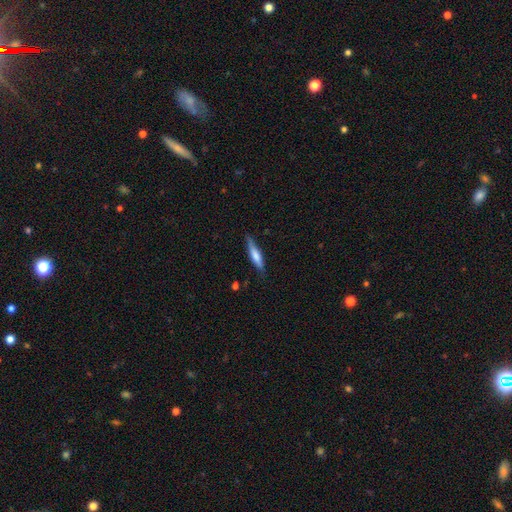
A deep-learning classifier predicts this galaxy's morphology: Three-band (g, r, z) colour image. It shows a smooth galaxy with no disk features (61%) that is cigar-shaped (80%). Merging: none (77%).